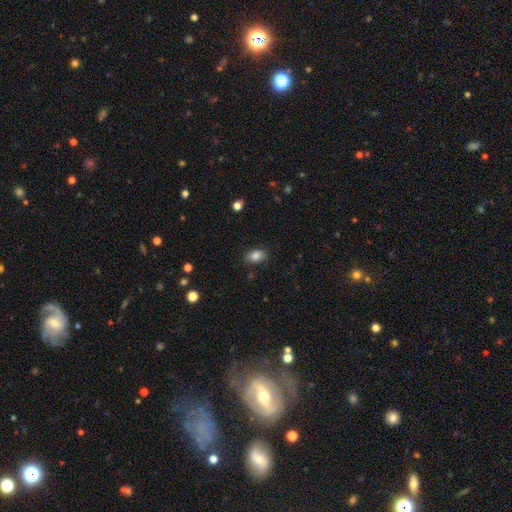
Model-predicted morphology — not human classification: Smooth or featured?
  - smooth: 84% *
  - star or artifact: 9%
  - featured or disk: 7%
How rounded?
  - in between: 85% *
  - round: 13%
  - cigar-shaped: 2%
Merging?
  - none: 85% *
  - minor disturbance: 11%
  - major disturbance: 3%
  - merger: 1%